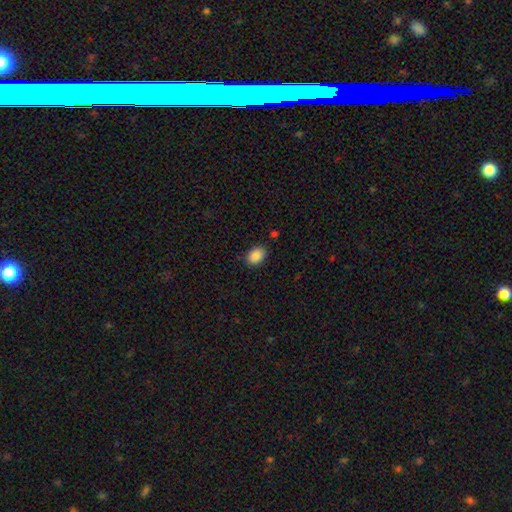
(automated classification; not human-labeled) The model was most divided on "how rounded": in between: 73%, round: 26%, cigar-shaped: 1%. More confident: smooth or featured — smooth (89%); merging — none (86%).